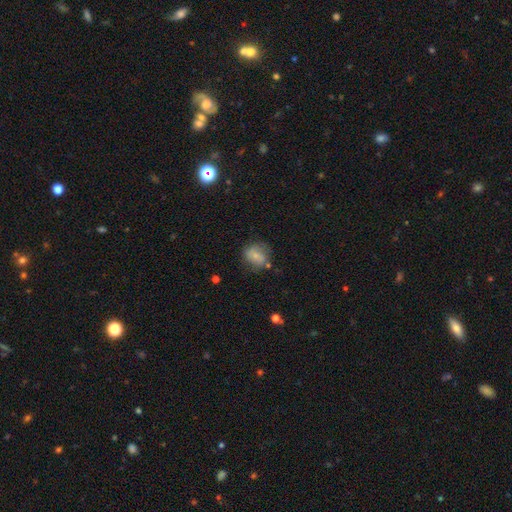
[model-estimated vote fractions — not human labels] smooth 65%, featured or disk 26%, star or artifact 9%. Down the decision tree: how rounded — round (65%); merging — none (63%).